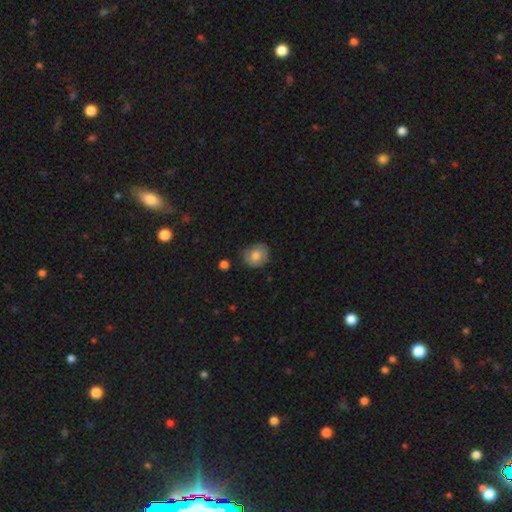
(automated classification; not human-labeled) This appears to be a smooth galaxy with no disk features (72%) that is round (70%). Merging: none (70%).